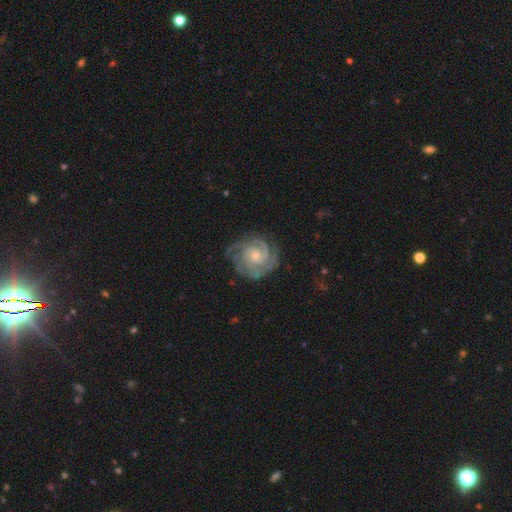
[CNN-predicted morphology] This is clearly a featured or disk galaxy (89%). It is clearly not viewed edge-on (98%). Bar: likely no (71%). Spiral arm pattern: clearly yes (98%). Spiral arm count: marginally 2 (38%). Spiral winding: likely tight (76%). Central bulge: possibly small (56%). Merging: likely none (77%).